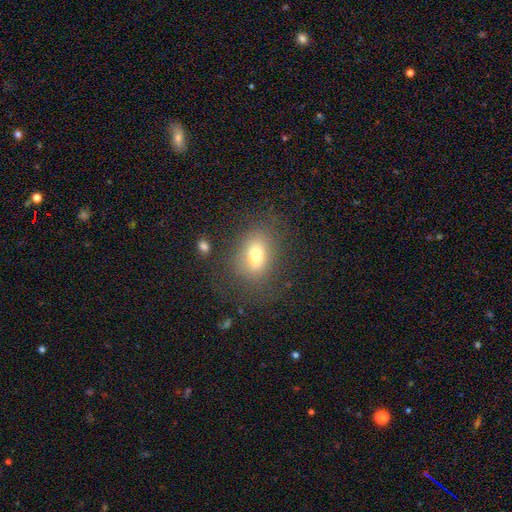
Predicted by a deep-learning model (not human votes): Overall: smooth (66%). How rounded: in between (65%; round 32%). Merging: none (71%).